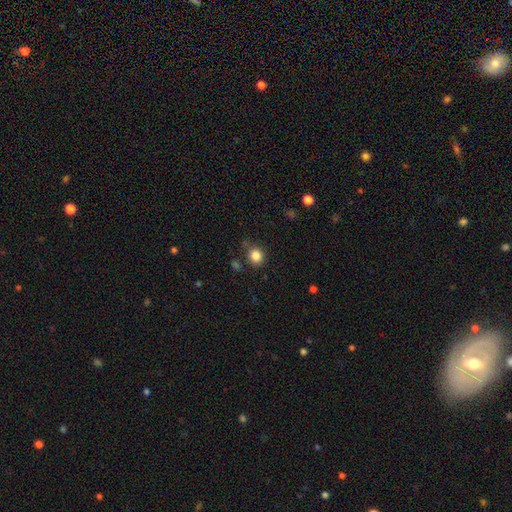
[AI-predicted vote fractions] smooth-or-featured: smooth: 84% | star or artifact: 11% | featured or disk: 5%
  how-rounded: round: 80% | in between: 20% | cigar-shaped: 1%
  merging: none: 79% | minor disturbance: 13% | merger: 4% | major disturbance: 4%